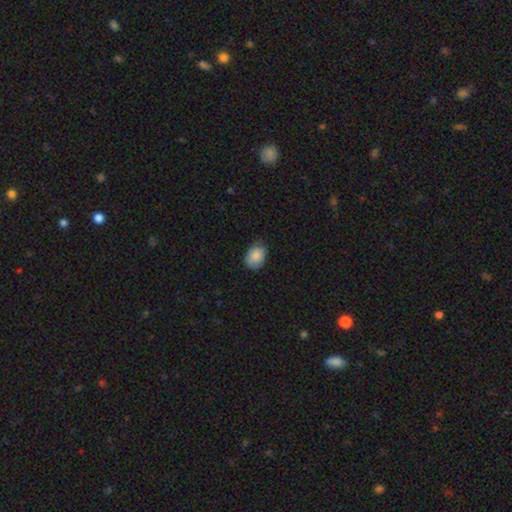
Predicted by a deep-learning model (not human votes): Smooth or featured? Predicted: smooth (p=0.86). How rounded? Predicted: in between (p=0.71). Merging? Predicted: none (p=0.77).